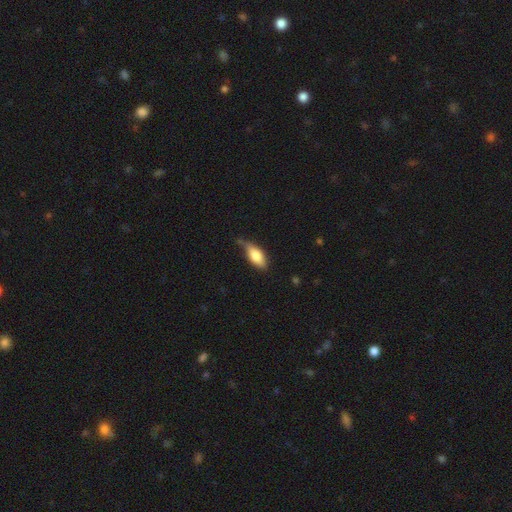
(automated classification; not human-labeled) smooth-or-featured: smooth: 77% | featured or disk: 16% | star or artifact: 6%
  how-rounded: in between: 82% | cigar-shaped: 15% | round: 3%
  merging: none: 51% | minor disturbance: 36% | major disturbance: 8% | merger: 5%